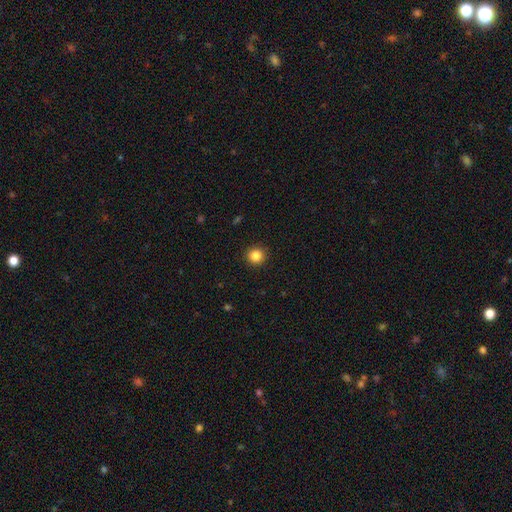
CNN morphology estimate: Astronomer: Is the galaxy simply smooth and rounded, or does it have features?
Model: smooth — 85%.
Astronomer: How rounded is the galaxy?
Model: round — 94%.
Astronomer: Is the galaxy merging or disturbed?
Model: none — 93%.